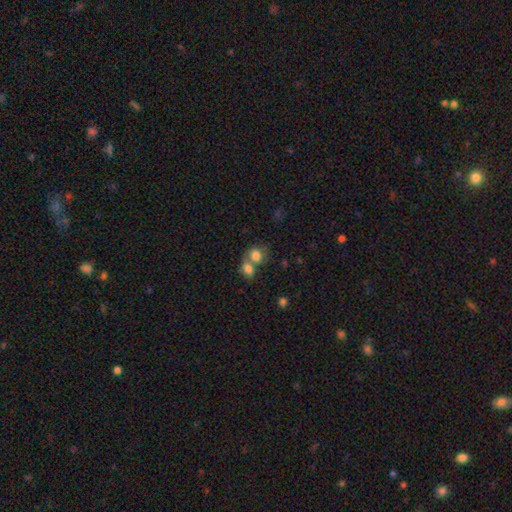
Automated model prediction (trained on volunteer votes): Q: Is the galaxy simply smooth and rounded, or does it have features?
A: smooth — 78%.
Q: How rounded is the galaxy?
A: round — 55%.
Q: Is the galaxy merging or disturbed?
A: merger — 61%.